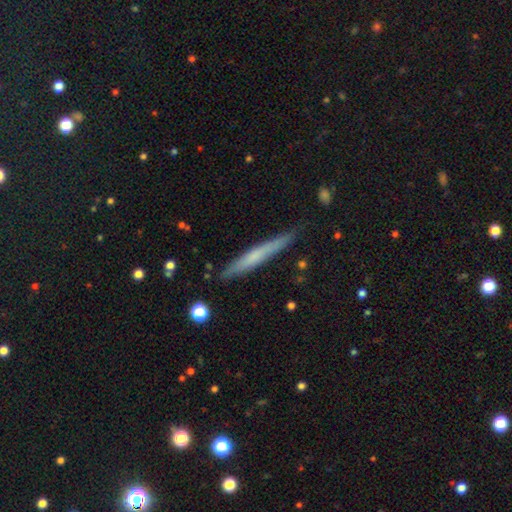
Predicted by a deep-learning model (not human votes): Overall: smooth (54%; featured or disk 40%). How rounded: cigar-shaped (96%). Merging: none (87%).